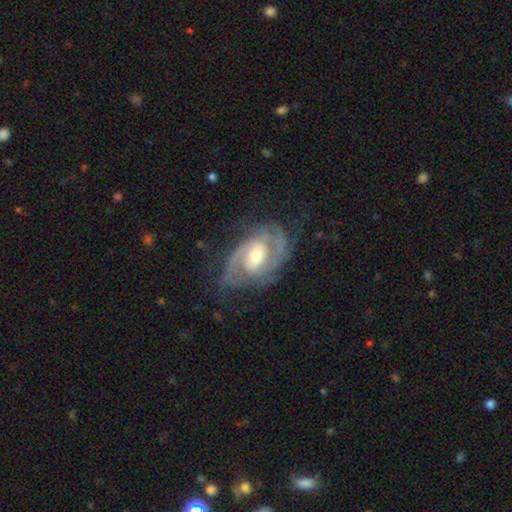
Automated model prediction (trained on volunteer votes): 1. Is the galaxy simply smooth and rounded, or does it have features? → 87% featured or disk, 8% smooth, 5% star or artifact.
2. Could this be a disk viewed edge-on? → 96% no, 4% yes.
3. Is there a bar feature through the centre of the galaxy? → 44% weak, 43% no, 13% strong.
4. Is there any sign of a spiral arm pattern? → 95% yes, 5% no.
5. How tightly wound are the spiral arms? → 49% tight, 40% medium, 11% loose.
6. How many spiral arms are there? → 58% 2, 17% can't tell, 14% 3, 4% 1, 4% 4, 3% more than 4.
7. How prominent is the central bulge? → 64% moderate, 28% small, 6% large, 1% none, 1% dominant.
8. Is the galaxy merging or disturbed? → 66% none, 21% minor disturbance, 12% major disturbance, 1% merger.